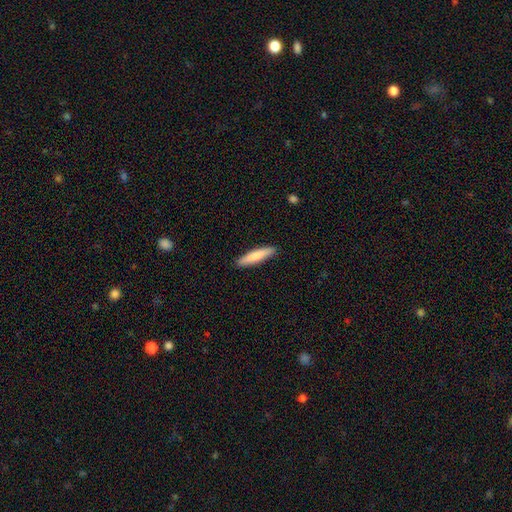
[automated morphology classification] Smooth or featured? smooth (79%)
How rounded? cigar-shaped (86%)
Merging? none (91%)